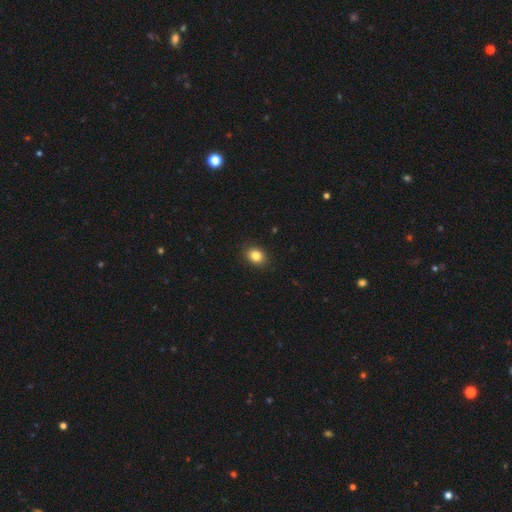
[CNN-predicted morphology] Smooth or featured? Predicted: smooth (p=0.84). How rounded? Predicted: in between (p=0.56). Merging? Predicted: none (p=0.90).